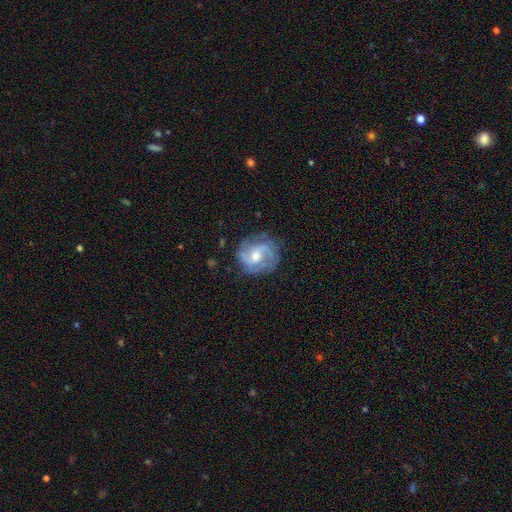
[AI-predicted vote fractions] This is likely a featured or disk galaxy (78%). It is clearly not viewed edge-on (98%). Bar: possibly weak (47%). Spiral arm pattern: clearly yes (92%). Spiral arm count: likely 2 (60%). Spiral winding: possibly medium (48%). Central bulge: likely moderate (61%). Merging: likely none (70%).